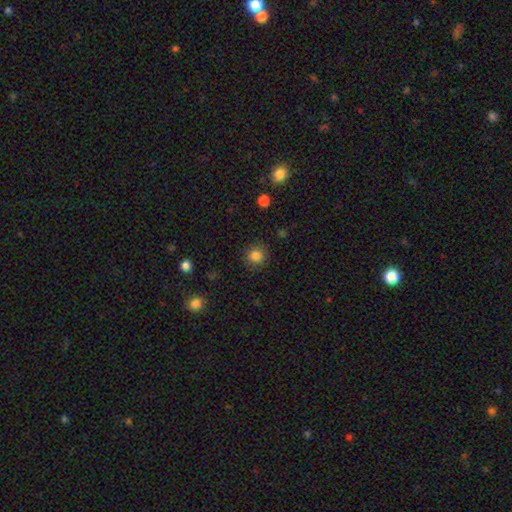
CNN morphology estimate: A smooth galaxy with no disk features (84%) that is round (90%).

Vote fractions:
- Smooth or featured? smooth: 84% / star or artifact: 11% / featured or disk: 5%
- How rounded? round: 90% / in between: 9% / cigar-shaped: 1%
- Merging? none: 88% / minor disturbance: 8% / major disturbance: 3% / merger: 1%